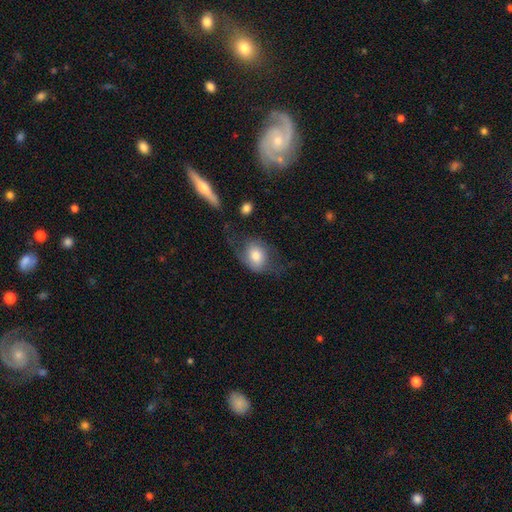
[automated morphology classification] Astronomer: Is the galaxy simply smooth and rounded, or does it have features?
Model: smooth — 61%.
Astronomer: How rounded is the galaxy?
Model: in between — 55% (runner-up: round, 44%).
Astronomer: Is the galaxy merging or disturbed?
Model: none — 41% (runner-up: major disturbance, 30%).